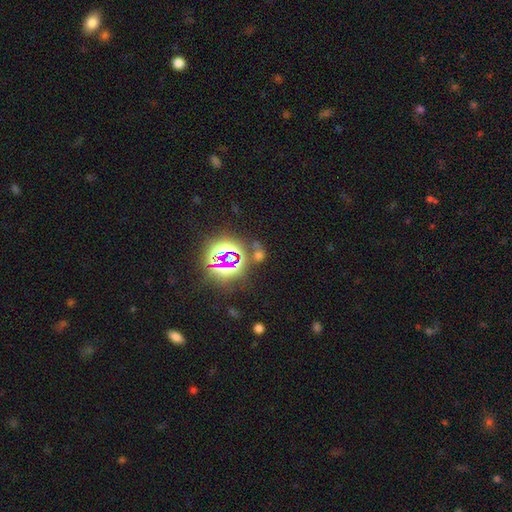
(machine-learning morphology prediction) smooth-or-featured: star or artifact: 75% | smooth: 17% | featured or disk: 9%